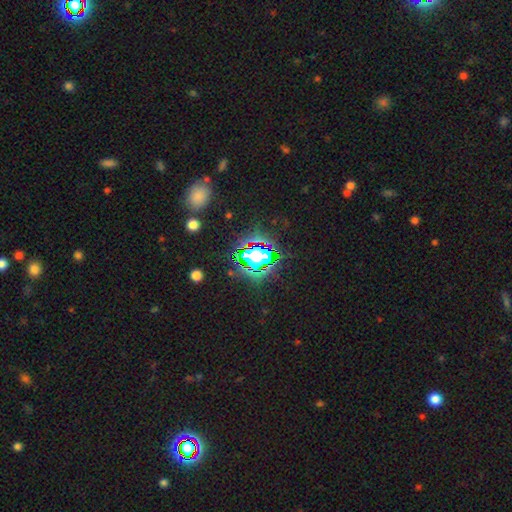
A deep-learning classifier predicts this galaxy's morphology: This appears to be a star or artifact, not a galaxy (70%).